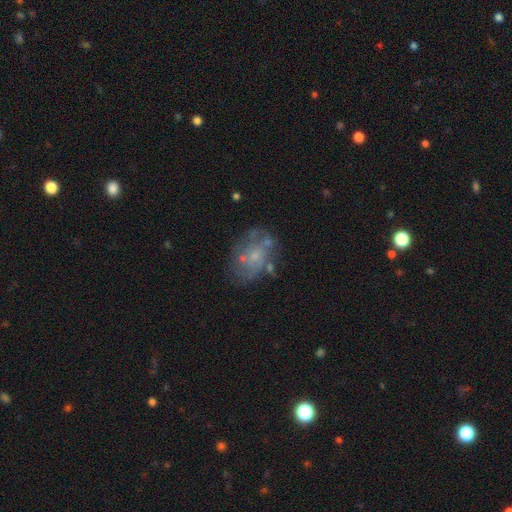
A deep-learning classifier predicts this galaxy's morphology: Overall: featured or disk (59%; smooth 29%). Edge-on disk: no (97%). Bar: no (82%). Spiral arms: no (59%; yes 41%). Bulge size: small (61%). Merging: none (58%; minor disturbance 21%).